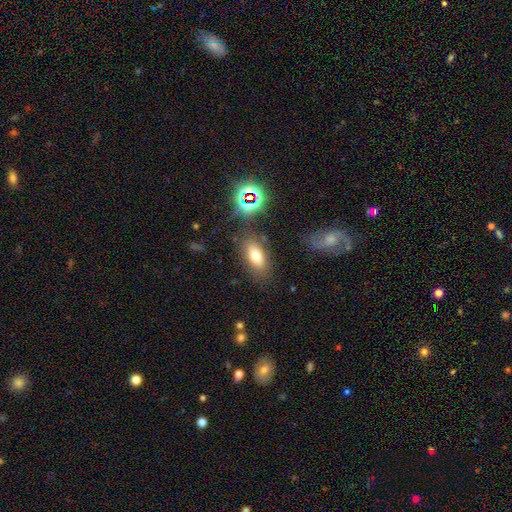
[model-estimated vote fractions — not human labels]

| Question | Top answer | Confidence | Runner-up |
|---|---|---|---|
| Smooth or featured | smooth | 68% | featured or disk (17%) |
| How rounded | in between | 85% | cigar-shaped (7%) |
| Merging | none | 76% | minor disturbance (14%) |